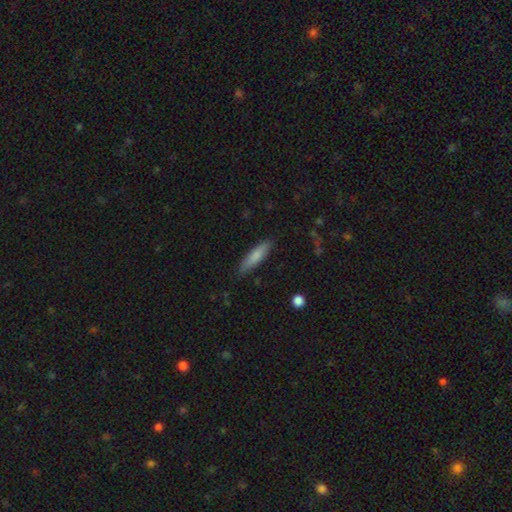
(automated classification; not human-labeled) Smooth or featured? smooth (79%)
How rounded? cigar-shaped (77%)
Merging? none (85%)